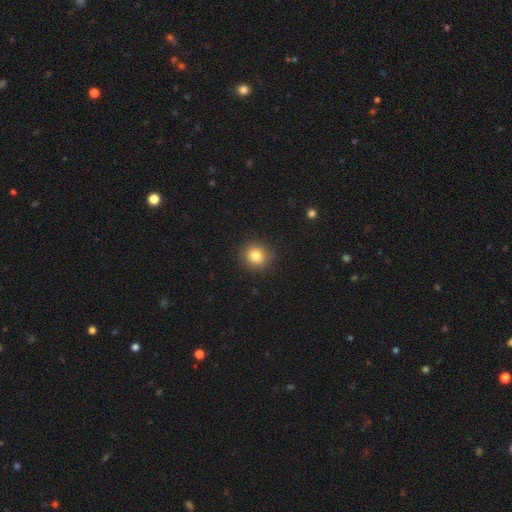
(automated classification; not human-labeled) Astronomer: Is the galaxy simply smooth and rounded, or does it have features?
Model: smooth — 83%.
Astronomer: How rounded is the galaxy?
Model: round — 86%.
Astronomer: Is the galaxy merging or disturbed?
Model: none — 90%.